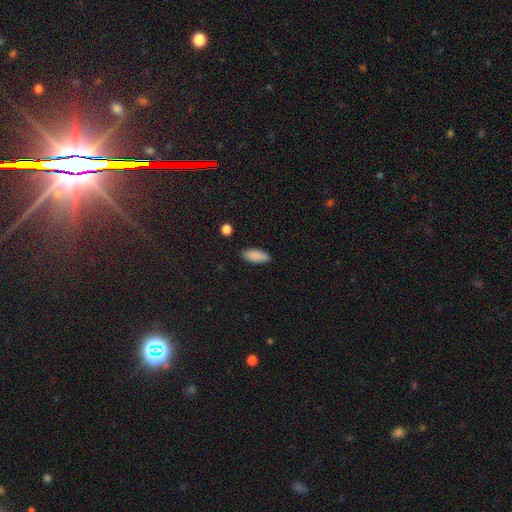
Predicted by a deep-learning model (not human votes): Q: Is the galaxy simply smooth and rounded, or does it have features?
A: smooth — 88%.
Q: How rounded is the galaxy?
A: in between — 79%.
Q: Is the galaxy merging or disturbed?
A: none — 86%.